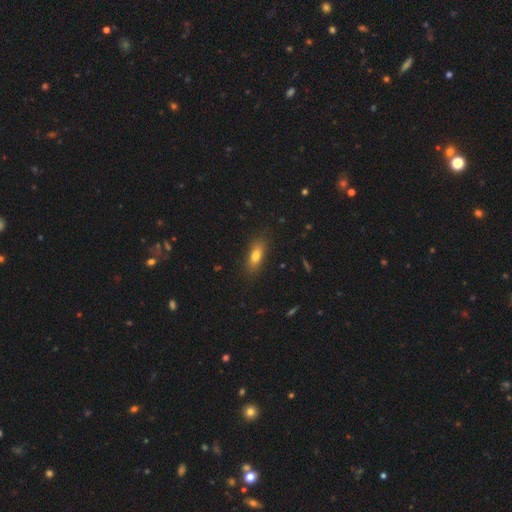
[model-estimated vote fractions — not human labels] Smooth or featured?
  - smooth: 76% *
  - featured or disk: 15%
  - star or artifact: 9%
How rounded?
  - in between: 71% *
  - cigar-shaped: 23%
  - round: 5%
Merging?
  - none: 83% *
  - minor disturbance: 13%
  - major disturbance: 3%
  - merger: 1%